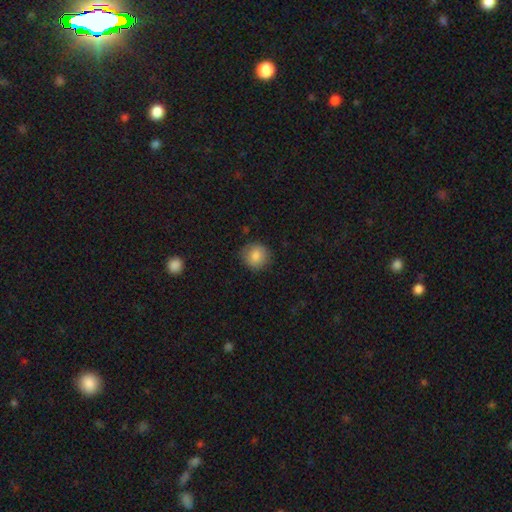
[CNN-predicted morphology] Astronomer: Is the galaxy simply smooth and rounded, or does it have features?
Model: smooth — 84%.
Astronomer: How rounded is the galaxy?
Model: round — 89%.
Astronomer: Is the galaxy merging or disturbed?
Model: none — 84%.